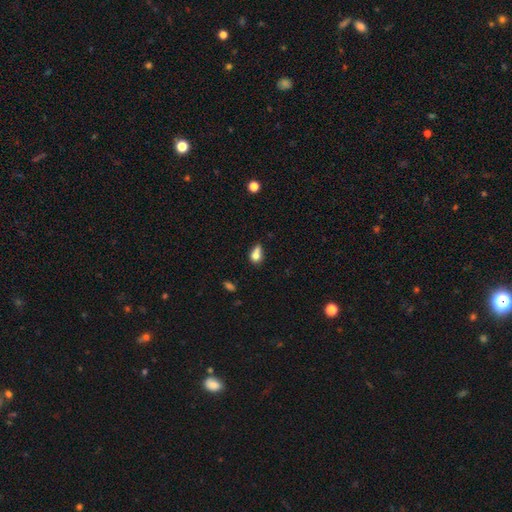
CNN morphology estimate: A smooth galaxy with no disk features (72%) that is in between round and cigar-shaped (60%). Merging: none (30%).